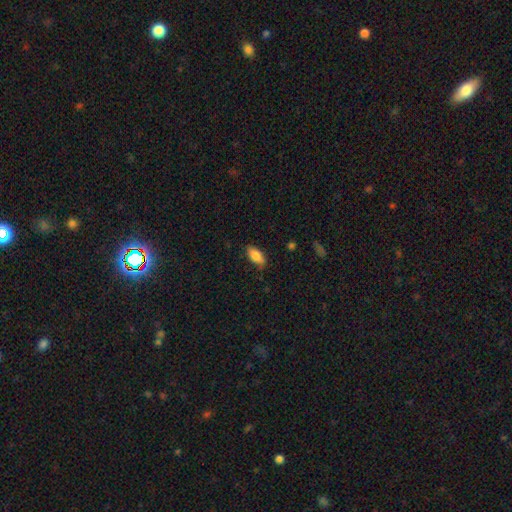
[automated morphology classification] Q: Smooth or featured?
A: smooth (85%); runner-up: featured or disk (8%)
Q: How rounded?
A: in between (90%); runner-up: cigar-shaped (7%)
Q: Merging?
A: none (81%); runner-up: minor disturbance (15%)